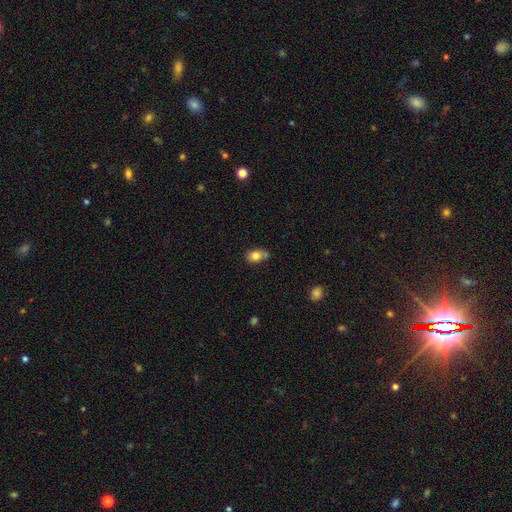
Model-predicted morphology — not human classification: This appears to be a smooth galaxy with no disk features (80%) that is in between round and cigar-shaped (72%). Merging: none (54%).